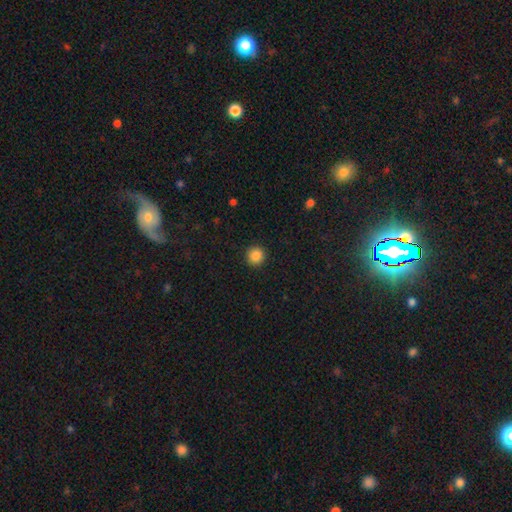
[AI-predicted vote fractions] The model was most divided on "smooth or featured": smooth: 87%, star or artifact: 10%, featured or disk: 3%. More confident: how rounded — round (95%); merging — none (93%).